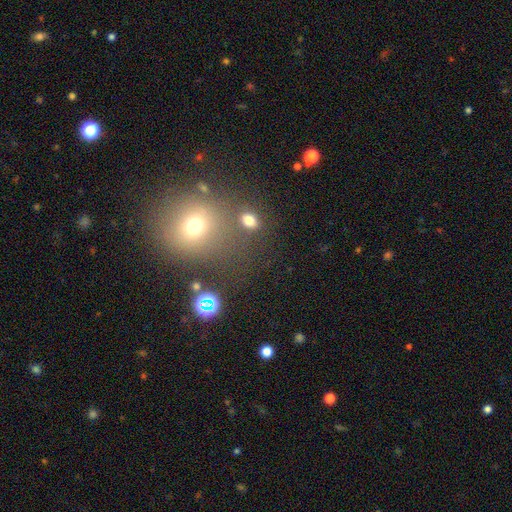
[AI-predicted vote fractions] Morphology: type=smooth (53%); roundness=round (81%); merging=none (74%).